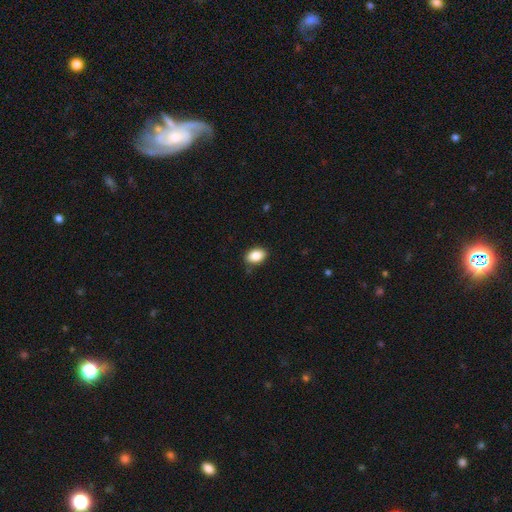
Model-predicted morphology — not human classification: This appears to be a smooth galaxy with no disk features (87%) that is in between round and cigar-shaped (84%). Merging: none (84%).